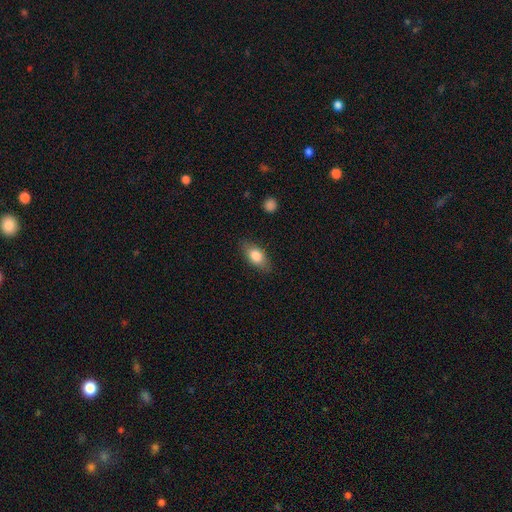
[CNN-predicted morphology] Smooth or featured? smooth (79%)
How rounded? in between (84%)
Merging? none (83%)